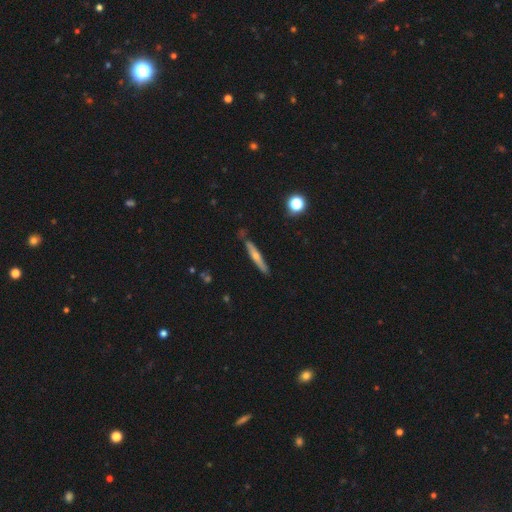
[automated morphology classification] featured or disk 57%, smooth 35%, star or artifact 7%. Down the decision tree: edge-on disk — yes (93%); edge-on bulge — rounded (79%); merging — none (84%).